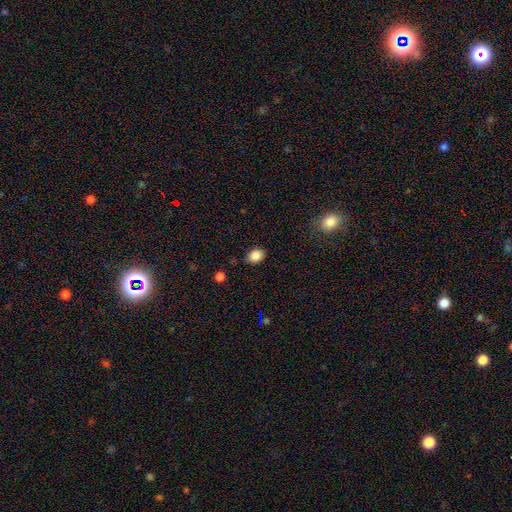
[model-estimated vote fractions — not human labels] Overall: smooth (86%). How rounded: in between (62%; round 37%). Merging: none (80%).